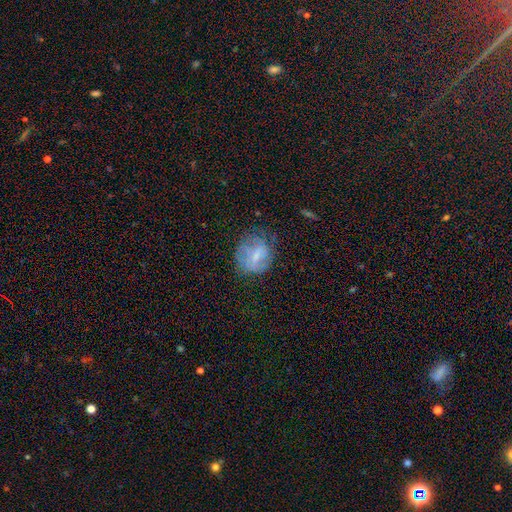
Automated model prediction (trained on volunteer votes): Smooth or featured: smooth — 54% (featured or disk — 35%)
How rounded: round — 67% (in between — 32%)
Merging: none — 57% (minor disturbance — 26%)